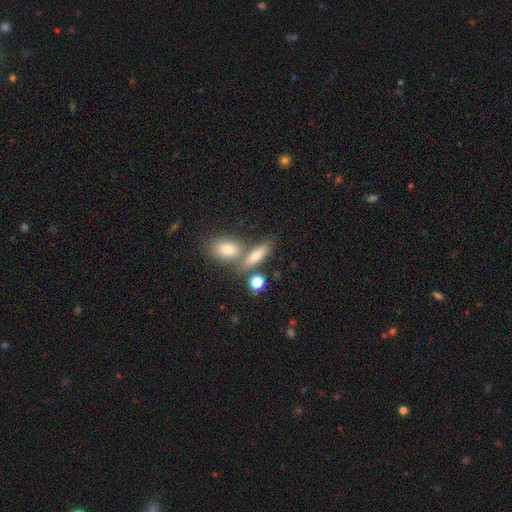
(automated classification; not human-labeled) Morphology: type=smooth (71%); roundness=in between (52%); merging=none (55%).